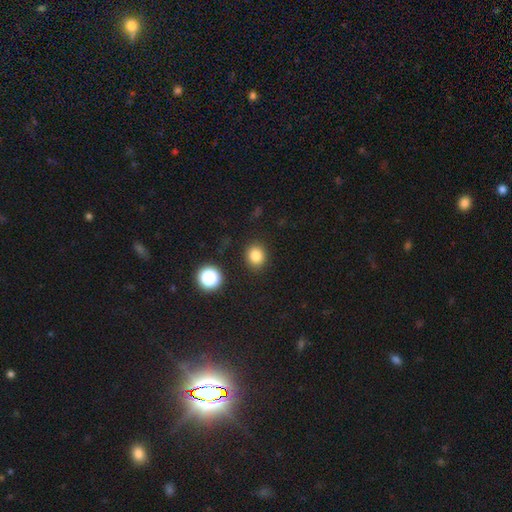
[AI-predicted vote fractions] A smooth galaxy with no disk features (82%) that is round (72%).

Vote fractions:
- Smooth or featured? smooth: 82% / star or artifact: 13% / featured or disk: 5%
- How rounded? round: 72% / in between: 27% / cigar-shaped: 1%
- Merging? none: 87% / minor disturbance: 8% / major disturbance: 3% / merger: 2%